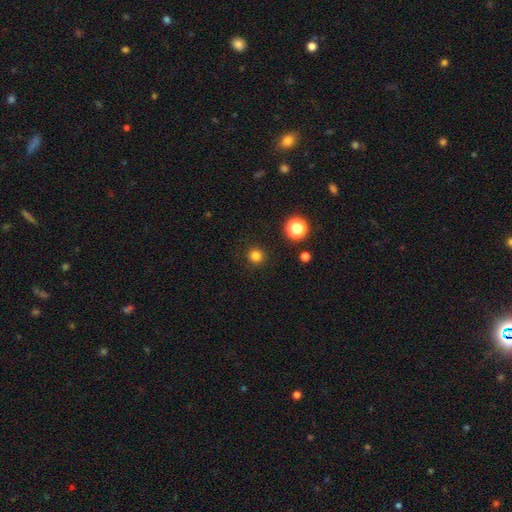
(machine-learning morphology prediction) smooth 81%, star or artifact 15%, featured or disk 4%. Down the decision tree: how rounded — round (95%); merging — none (92%).